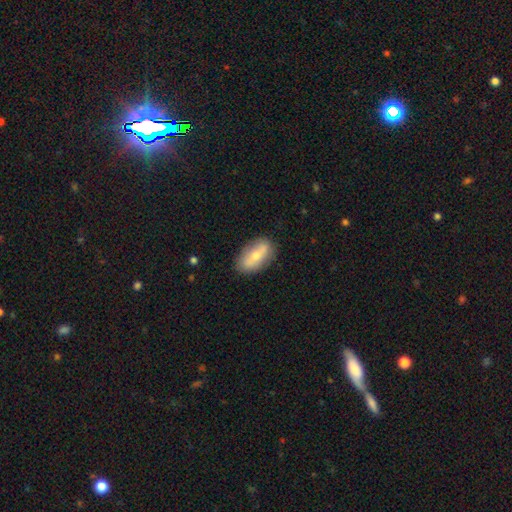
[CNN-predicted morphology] This appears to be a smooth galaxy with no disk features (55%) that is in between round and cigar-shaped (89%). Merging: none (80%).